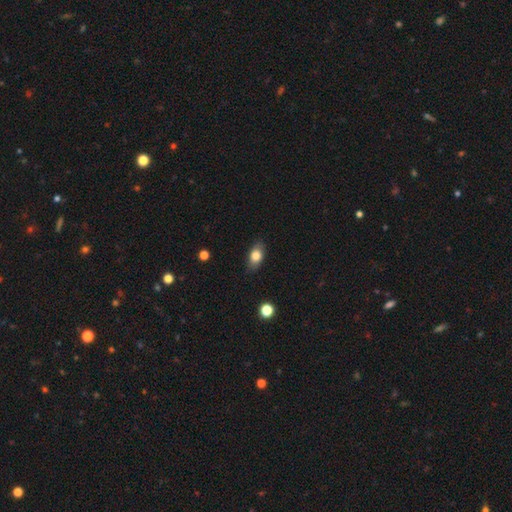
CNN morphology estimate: smooth-or-featured: smooth: 78% | featured or disk: 14% | star or artifact: 8%
  how-rounded: in between: 84% | round: 11% | cigar-shaped: 5%
  merging: none: 84% | minor disturbance: 12% | major disturbance: 3% | merger: 1%